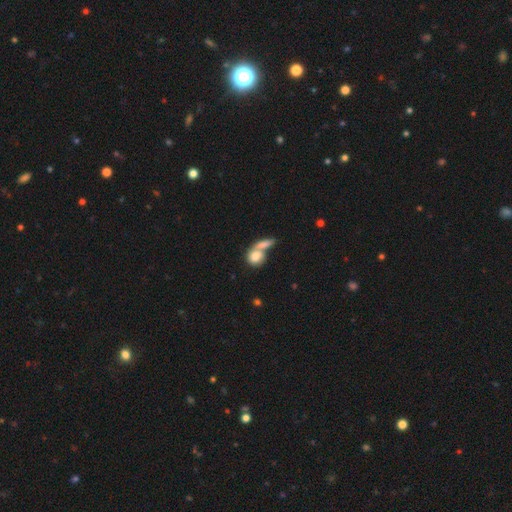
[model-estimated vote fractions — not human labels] Smooth or featured? smooth (78%)
How rounded? round (61%)
Merging? merger (57%)